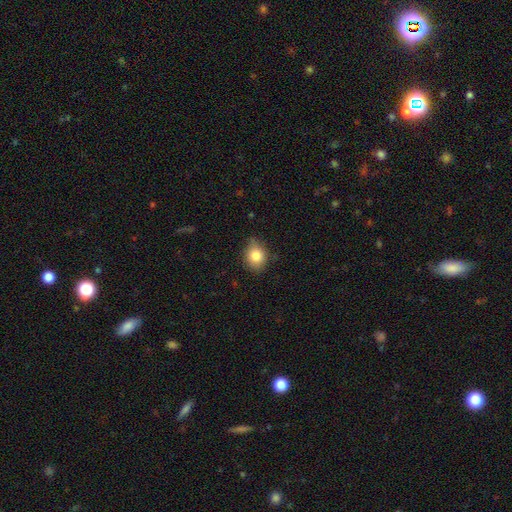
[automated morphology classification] This appears to be a smooth galaxy with no disk features (83%) that is round (50%). Merging: none (76%).